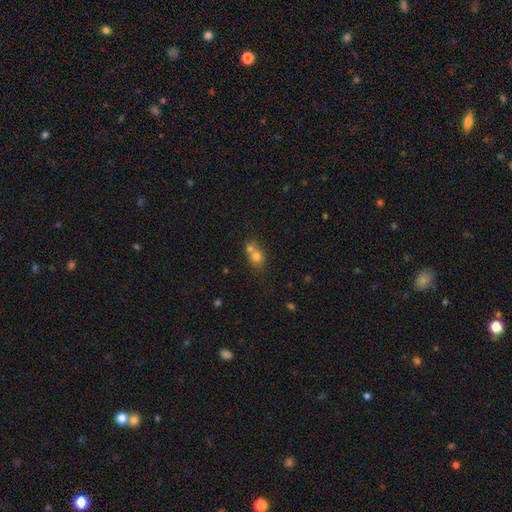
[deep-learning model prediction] smooth 71%, star or artifact 15%, featured or disk 15%. Down the decision tree: how rounded — round (68%); merging — merger (53%).